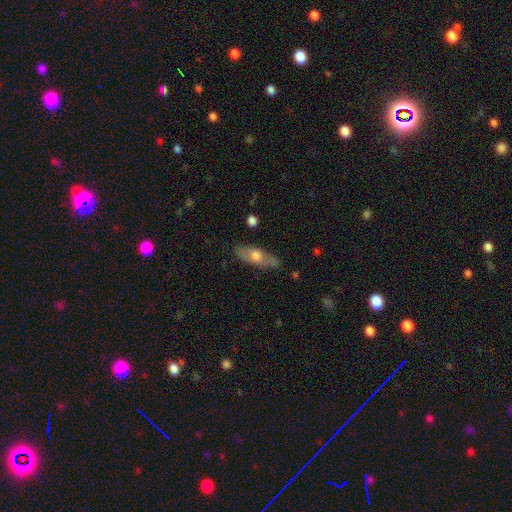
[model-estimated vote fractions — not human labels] This is possibly a smooth galaxy (47%). Merging: likely none (79%).